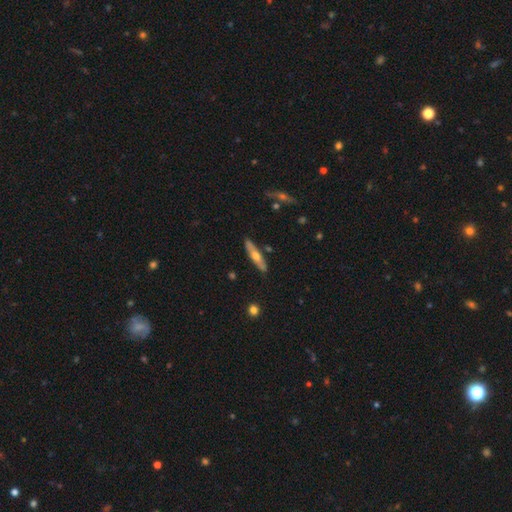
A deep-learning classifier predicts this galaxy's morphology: A smooth galaxy with no disk features (48%). Merging: none (86%).